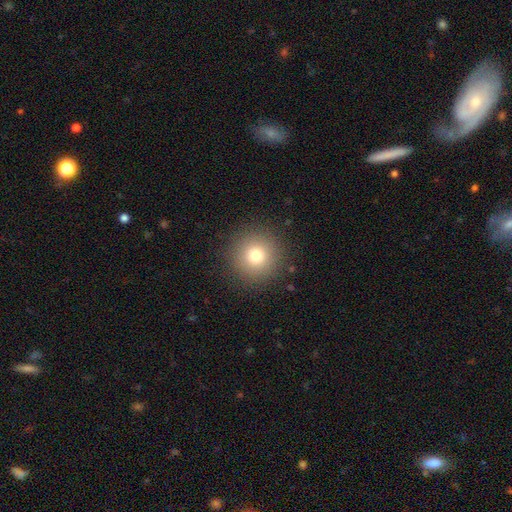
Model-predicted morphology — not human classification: A smooth galaxy with no disk features (76%) that is round (96%).

Vote fractions:
- Smooth or featured? smooth: 76% / star or artifact: 14% / featured or disk: 10%
- How rounded? round: 96% / in between: 3% / cigar-shaped: 1%
- Merging? none: 90% / minor disturbance: 6% / major disturbance: 3% / merger: 1%